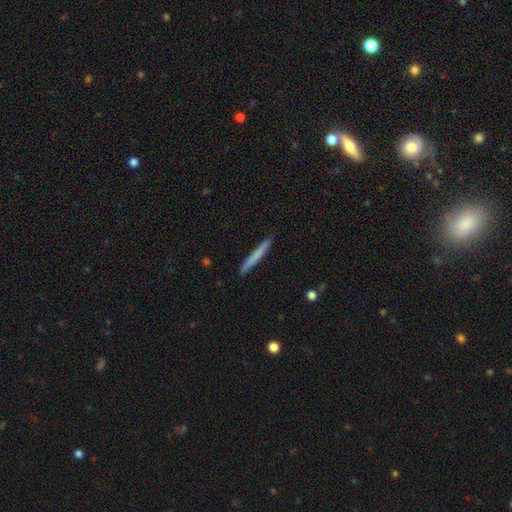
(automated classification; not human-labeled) Smooth or featured? smooth (69%)
How rounded? cigar-shaped (97%)
Merging? none (91%)